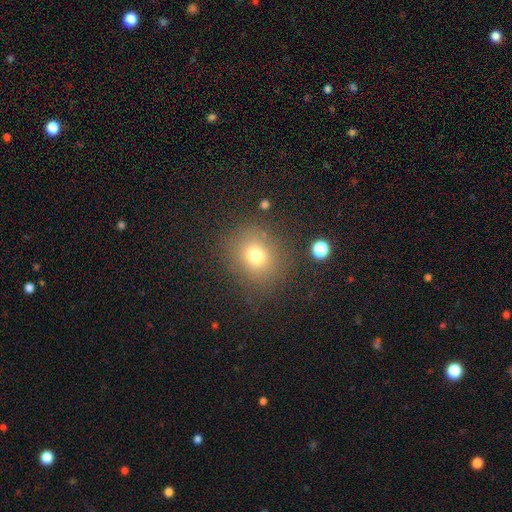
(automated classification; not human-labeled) Q: Smooth or featured?
A: smooth (72%); runner-up: star or artifact (17%)
Q: How rounded?
A: round (77%); runner-up: in between (22%)
Q: Merging?
A: none (83%); runner-up: minor disturbance (10%)